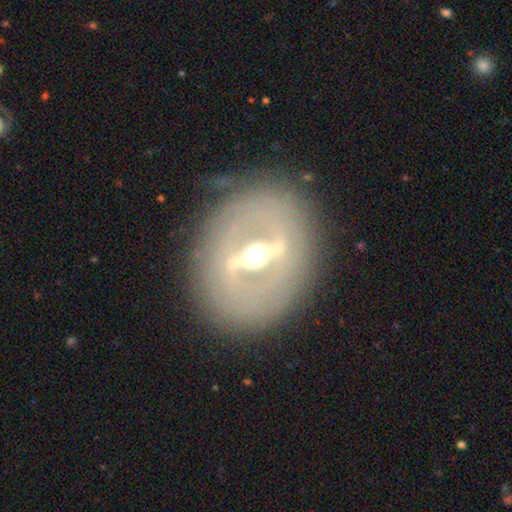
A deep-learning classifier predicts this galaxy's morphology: Overall: featured or disk (83%). Edge-on disk: no (80%). Bar: strong (75%). Spiral arms: no (63%; yes 37%). Bulge size: moderate (73%). Merging: none (84%).